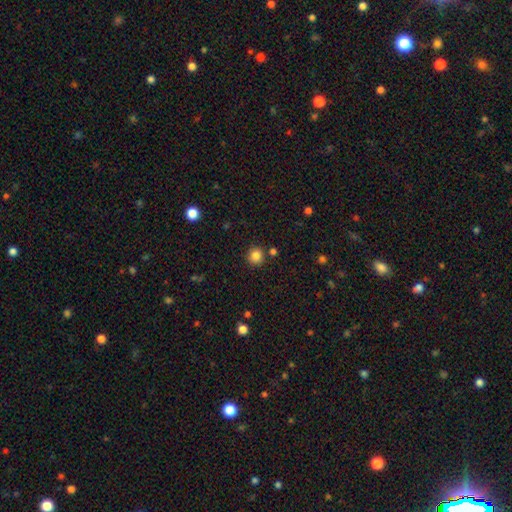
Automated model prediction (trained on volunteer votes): Smooth or featured?
  - smooth: 84% *
  - star or artifact: 12%
  - featured or disk: 4%
How rounded?
  - round: 93% *
  - in between: 6%
  - cigar-shaped: 1%
Merging?
  - none: 86% *
  - minor disturbance: 7%
  - merger: 5%
  - major disturbance: 2%